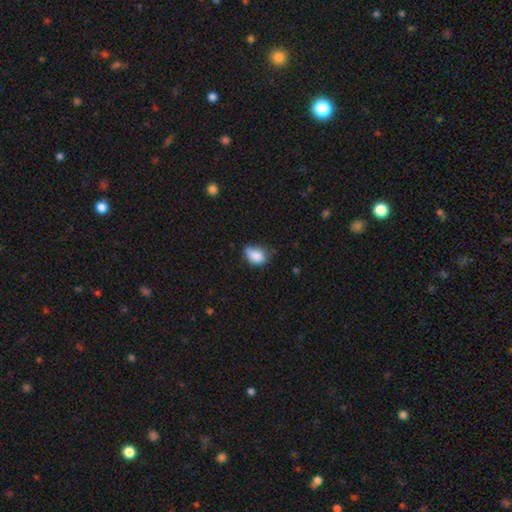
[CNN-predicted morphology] smooth_or_featured: smooth (p=0.83) [alt: star or artifact p=0.09]
how_rounded: in between (p=0.76) [alt: round p=0.22]
merging: minor disturbance (p=0.44) [alt: none p=0.42]